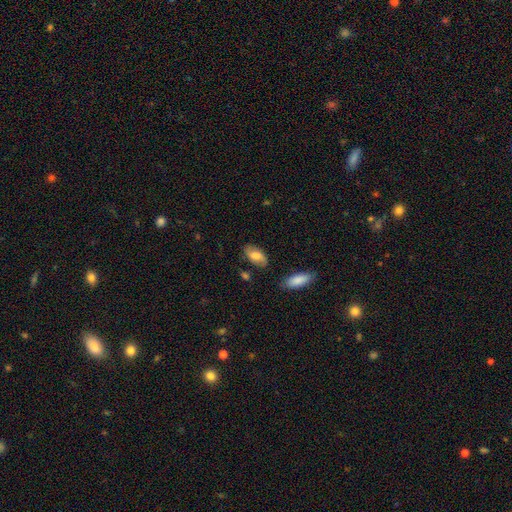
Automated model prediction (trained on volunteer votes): A smooth galaxy with no disk features (67%) that is in between round and cigar-shaped (92%). Merging: none (77%).